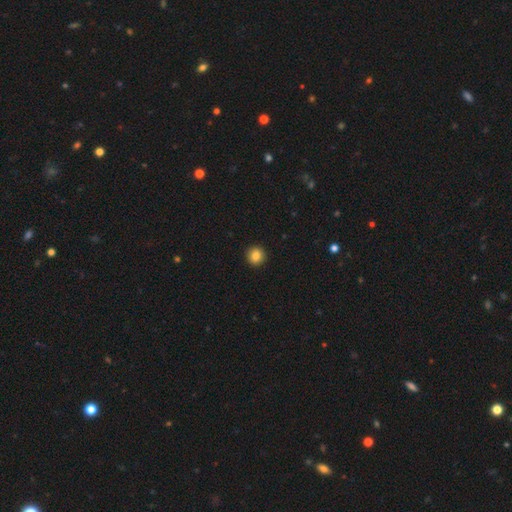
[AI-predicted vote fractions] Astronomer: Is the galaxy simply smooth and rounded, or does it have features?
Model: smooth — 85%.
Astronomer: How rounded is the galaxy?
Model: round — 93%.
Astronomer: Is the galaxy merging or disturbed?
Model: none — 93%.